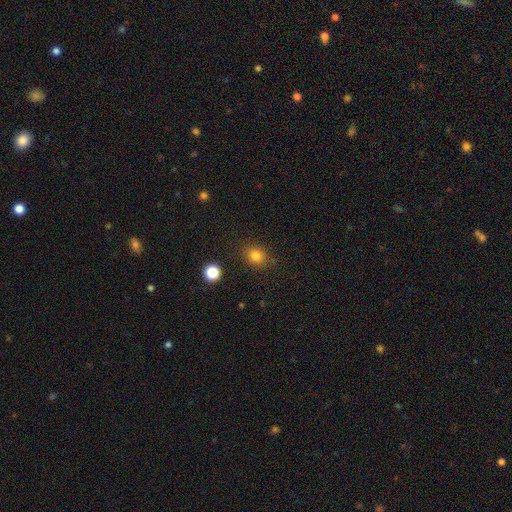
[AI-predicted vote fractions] Q: Smooth or featured?
A: smooth (82%); runner-up: star or artifact (13%)
Q: How rounded?
A: round (65%); runner-up: in between (34%)
Q: Merging?
A: none (82%); runner-up: minor disturbance (12%)